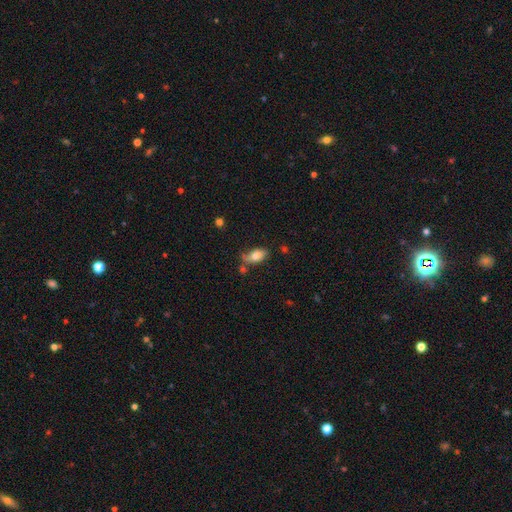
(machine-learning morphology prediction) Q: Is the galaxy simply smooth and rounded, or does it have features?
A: smooth — 76%.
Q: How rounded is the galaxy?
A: in between — 89%.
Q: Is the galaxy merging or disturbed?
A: none — 54%.